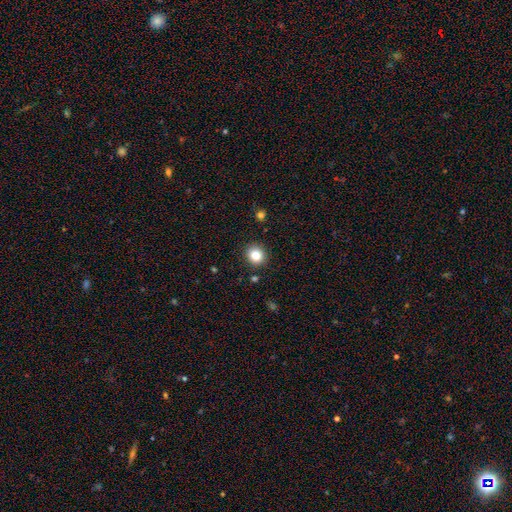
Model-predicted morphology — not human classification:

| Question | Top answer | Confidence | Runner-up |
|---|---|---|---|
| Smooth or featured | smooth | 82% | star or artifact (12%) |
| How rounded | round | 84% | in between (15%) |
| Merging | none | 90% | minor disturbance (6%) |